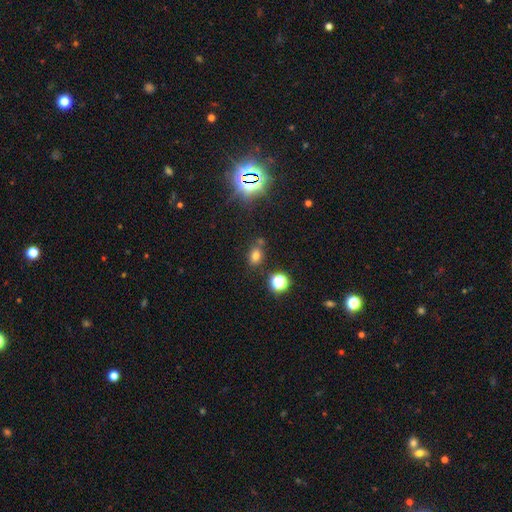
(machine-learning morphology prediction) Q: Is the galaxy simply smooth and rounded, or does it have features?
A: smooth — 67%.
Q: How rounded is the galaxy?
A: in between — 63%.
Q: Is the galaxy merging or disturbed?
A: none — 71%.